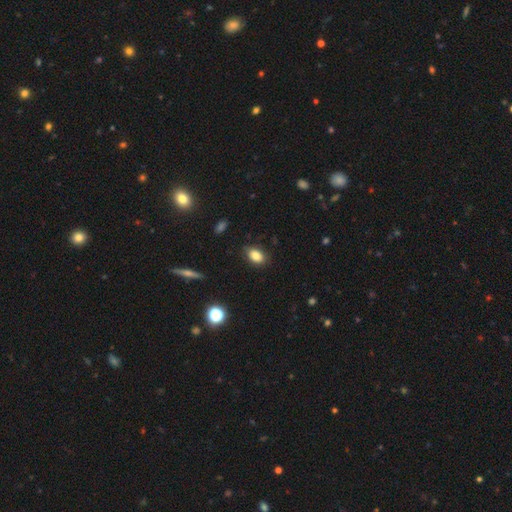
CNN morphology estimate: A smooth galaxy with no disk features (85%) that is in between round and cigar-shaped (83%).

Vote fractions:
- Smooth or featured? smooth: 85% / star or artifact: 9% / featured or disk: 6%
- How rounded? in between: 83% / round: 15% / cigar-shaped: 2%
- Merging? none: 84% / minor disturbance: 13% / major disturbance: 3% / merger: 1%